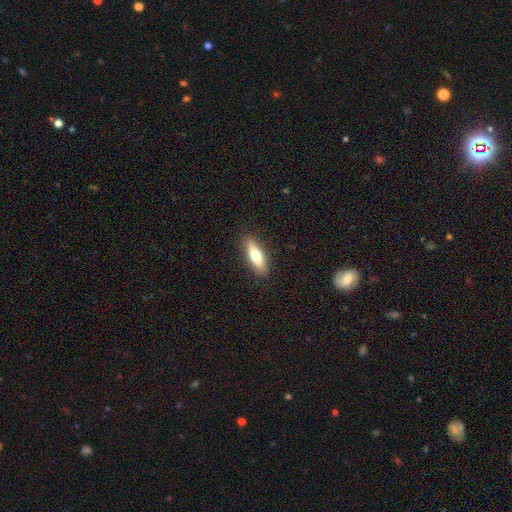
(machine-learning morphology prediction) The model was most divided on "how rounded": cigar-shaped: 50%, in between: 48%, round: 2%. More confident: merging — none (89%); smooth or featured — smooth (64%).